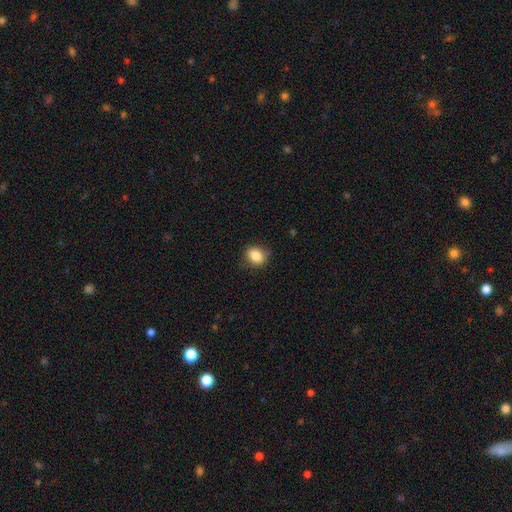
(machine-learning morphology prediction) smooth-or-featured: smooth: 84% | star or artifact: 9% | featured or disk: 7%
  how-rounded: in between: 50% | round: 49% | cigar-shaped: 1%
  merging: none: 77% | minor disturbance: 18% | major disturbance: 4% | merger: 1%